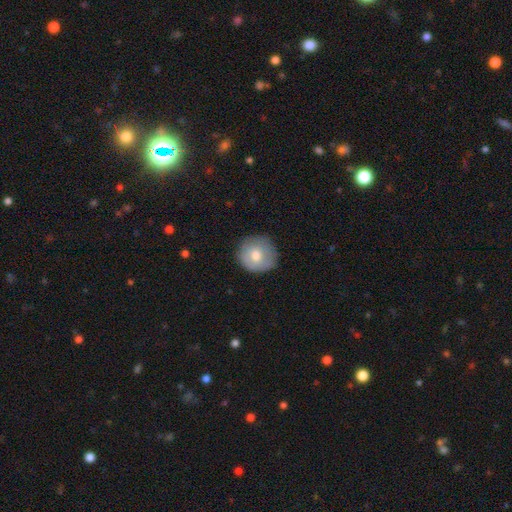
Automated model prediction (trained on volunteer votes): This appears to be a smooth galaxy with no disk features (72%) that is round (93%). Merging: none (81%).